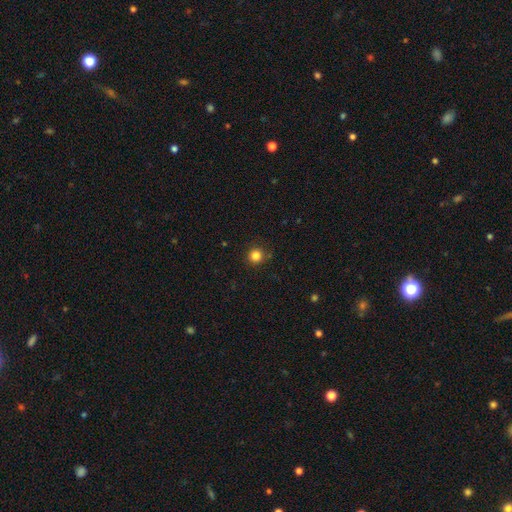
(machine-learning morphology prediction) This appears to be a smooth galaxy with no disk features (83%) that is round (94%). Merging: none (88%).